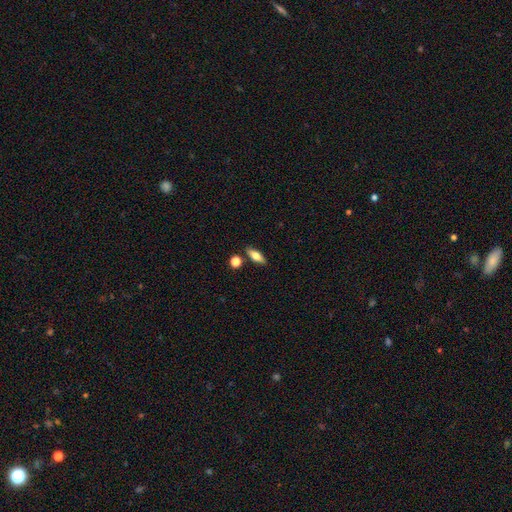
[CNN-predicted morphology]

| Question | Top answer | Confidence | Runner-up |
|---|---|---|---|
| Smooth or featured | smooth | 66% | featured or disk (26%) |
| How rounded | in between | 68% | cigar-shaped (27%) |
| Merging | none | 81% | minor disturbance (10%) |